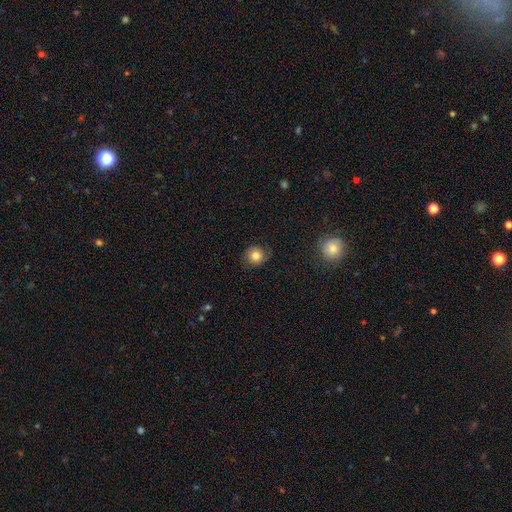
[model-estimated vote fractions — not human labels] smooth 68%, featured or disk 21%, star or artifact 11%. Down the decision tree: how rounded — round (85%); merging — none (72%).